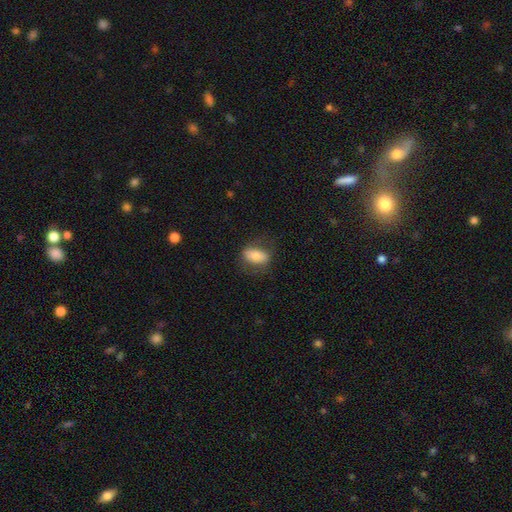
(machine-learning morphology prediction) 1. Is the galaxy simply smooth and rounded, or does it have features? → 72% smooth, 21% featured or disk, 7% star or artifact.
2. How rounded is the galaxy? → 86% in between, 8% round, 5% cigar-shaped.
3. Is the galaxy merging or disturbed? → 72% none, 19% minor disturbance, 9% major disturbance, 1% merger.